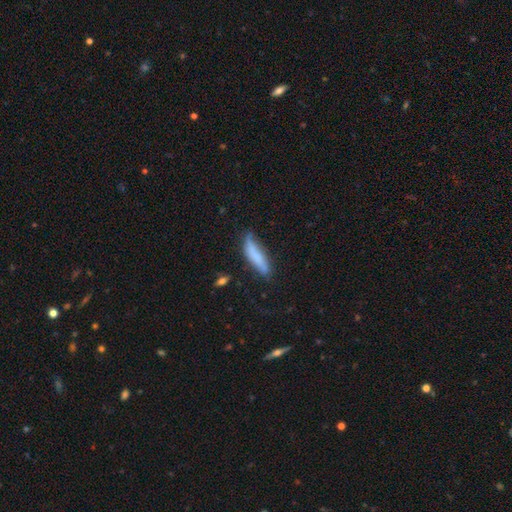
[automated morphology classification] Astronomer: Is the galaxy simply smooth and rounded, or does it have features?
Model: smooth — 74%.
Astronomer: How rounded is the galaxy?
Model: cigar-shaped — 74%.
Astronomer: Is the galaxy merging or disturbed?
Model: none — 58%.